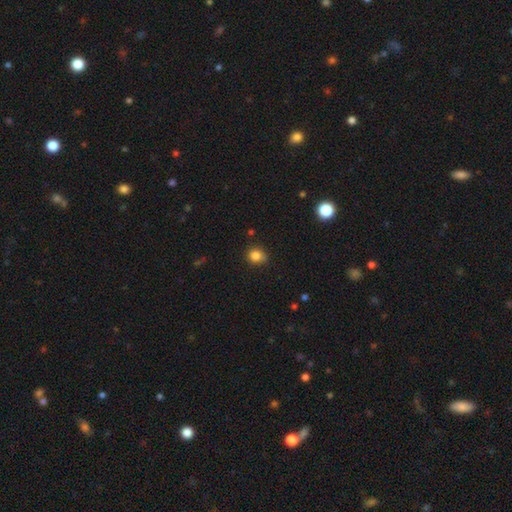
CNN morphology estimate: A smooth galaxy with no disk features (84%) that is round (77%).

Vote fractions:
- Smooth or featured? smooth: 84% / star or artifact: 12% / featured or disk: 5%
- How rounded? round: 77% / in between: 22% / cigar-shaped: 1%
- Merging? none: 77% / minor disturbance: 17% / major disturbance: 3% / merger: 2%